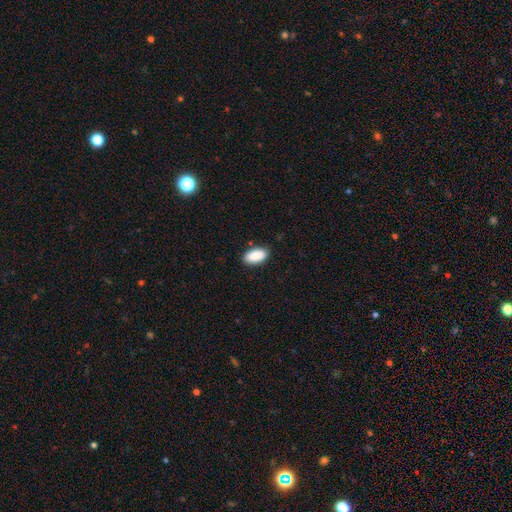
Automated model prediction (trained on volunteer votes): Q: Smooth or featured?
A: smooth (90%); runner-up: star or artifact (6%)
Q: How rounded?
A: in between (94%); runner-up: cigar-shaped (3%)
Q: Merging?
A: none (87%); runner-up: minor disturbance (10%)